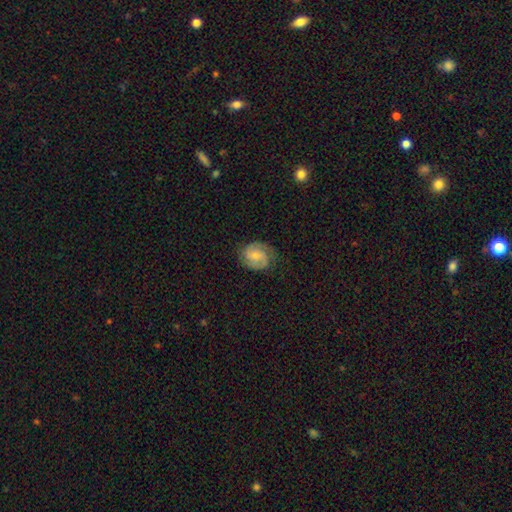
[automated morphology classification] Smooth or featured?
  - featured or disk: 70% *
  - smooth: 24%
  - star or artifact: 6%
Edge-on disk?
  - no: 98% *
  - yes: 2%
Bar?
  - no: 54% *
  - weak: 38%
  - strong: 7%
Spiral arms?
  - yes: 94% *
  - no: 6%
Spiral winding?
  - tight: 45% *
  - medium: 42%
  - loose: 13%
Spiral arm count?
  - 2: 77% *
  - can't tell: 10%
  - 3: 6%
  - 1: 5%
  - 4: 2%
  - more than 4: 2%
Bulge size?
  - small: 54% *
  - moderate: 40%
  - none: 3%
  - large: 2%
  - dominant: 1%
Merging?
  - none: 73% *
  - minor disturbance: 18%
  - major disturbance: 7%
  - merger: 1%